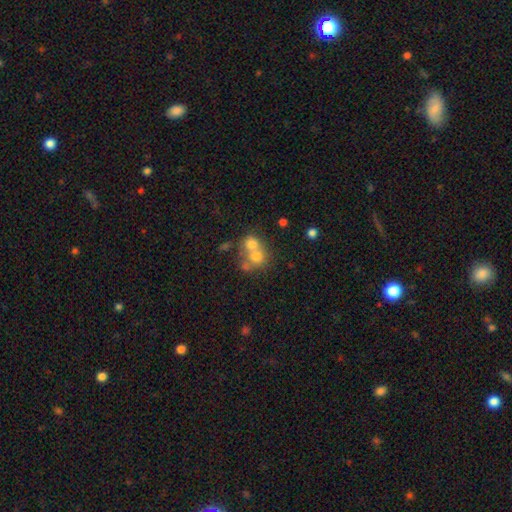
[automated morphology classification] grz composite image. It shows a smooth galaxy with no disk features (65%) that is round (77%). Merging: merger (63%).